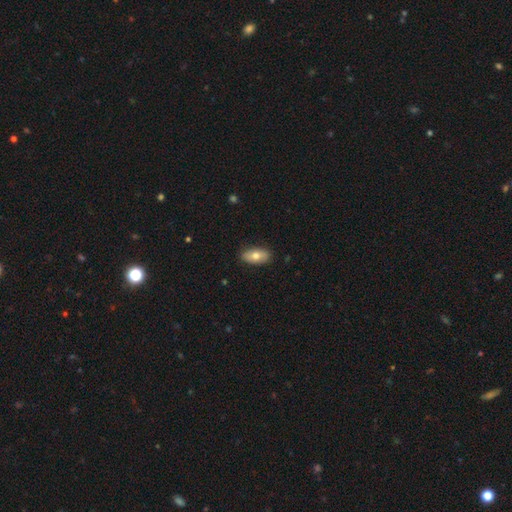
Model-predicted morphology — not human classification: Smooth or featured? Predicted: smooth (p=0.73). How rounded? Predicted: in between (p=0.92). Merging? Predicted: none (p=0.87).